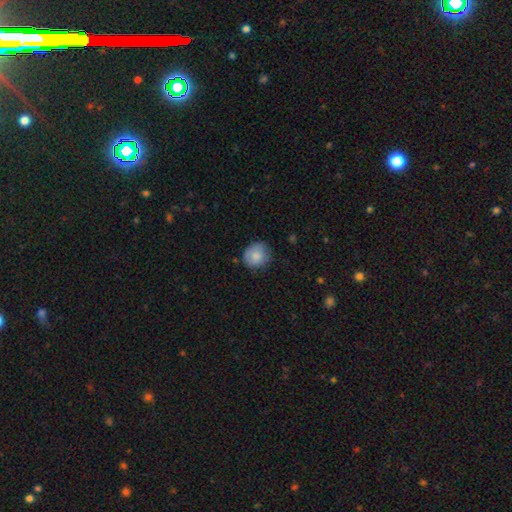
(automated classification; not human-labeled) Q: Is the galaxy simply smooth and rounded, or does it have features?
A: smooth — 84%.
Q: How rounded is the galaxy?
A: round — 84%.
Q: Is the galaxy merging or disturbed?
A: none — 72%.